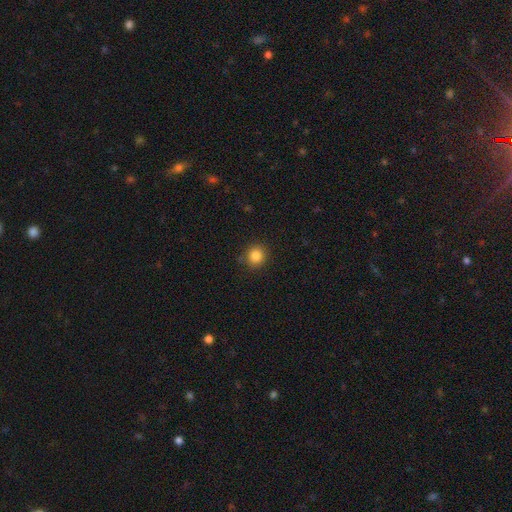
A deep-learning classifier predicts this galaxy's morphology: A smooth galaxy with no disk features (84%) that is round (89%). Merging: none (88%).